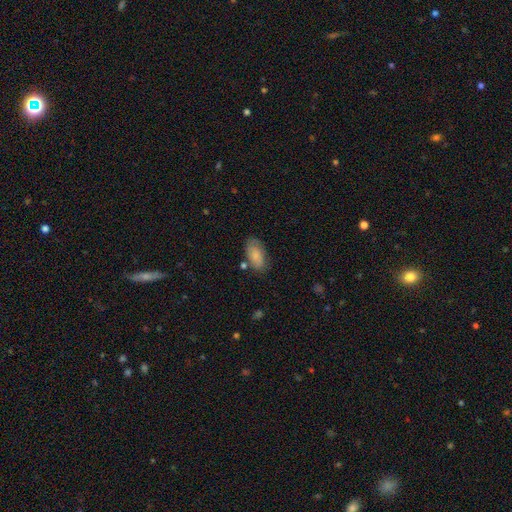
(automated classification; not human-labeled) This is likely a smooth galaxy (79%). How rounded: clearly in between (93%). Merging: likely none (69%).